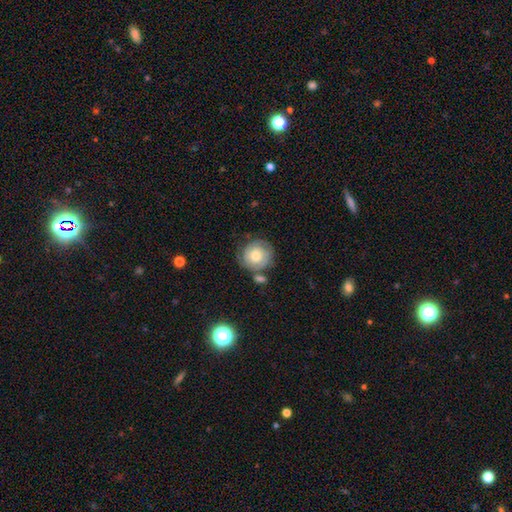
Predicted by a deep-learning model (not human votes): This is possibly a featured or disk galaxy (47%). Merging: likely none (66%).